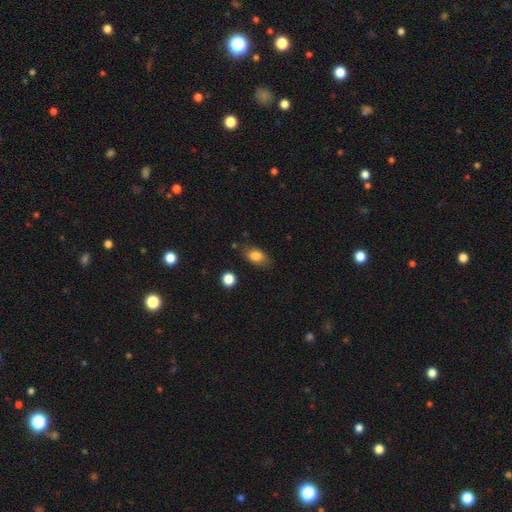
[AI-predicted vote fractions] Smooth or featured: smooth — 82% (featured or disk — 10%)
How rounded: in between — 86% (round — 10%)
Merging: none — 75% (minor disturbance — 18%)